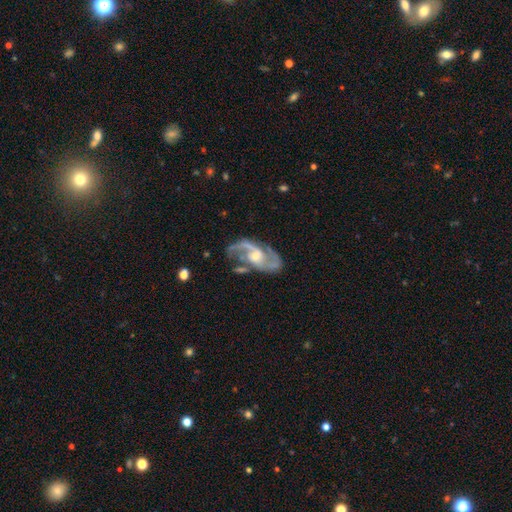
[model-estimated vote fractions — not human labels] Smooth or featured?
  - featured or disk: 89% *
  - smooth: 5%
  - star or artifact: 5%
Edge-on disk?
  - no: 97% *
  - yes: 3%
Bar?
  - no: 47% *
  - weak: 40%
  - strong: 13%
Spiral arms?
  - yes: 96% *
  - no: 4%
Spiral winding?
  - medium: 53% *
  - loose: 31%
  - tight: 16%
Spiral arm count?
  - 2: 84% *
  - 3: 6%
  - can't tell: 5%
  - 1: 2%
  - 4: 2%
  - more than 4: 1%
Bulge size?
  - moderate: 53% *
  - small: 40%
  - large: 4%
  - none: 3%
  - dominant: 1%
Merging?
  - none: 62% *
  - minor disturbance: 20%
  - major disturbance: 12%
  - merger: 6%